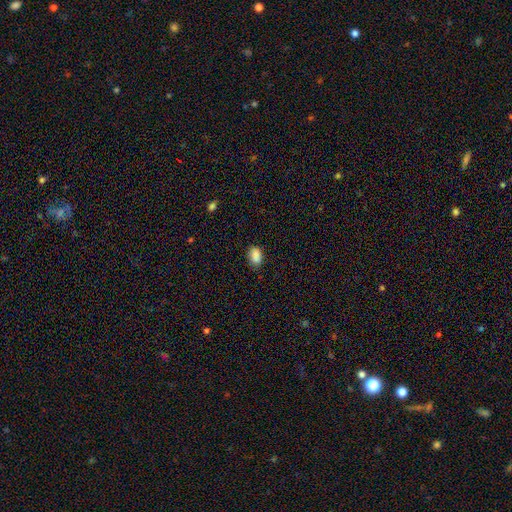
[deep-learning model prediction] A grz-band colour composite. It shows a smooth galaxy with no disk features (88%) that is in between round and cigar-shaped (88%). Merging: none (76%).